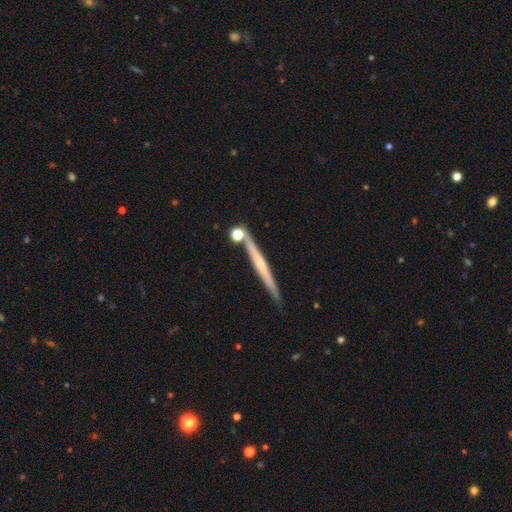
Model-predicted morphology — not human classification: smooth_or_featured: featured or disk (p=0.64) [alt: smooth p=0.29]
disk_edge_on: yes (p=0.97) [alt: no p=0.03]
edge_on_bulge: none (p=0.54) [alt: rounded p=0.39]
merging: none (p=0.83) [alt: minor disturbance p=0.09]